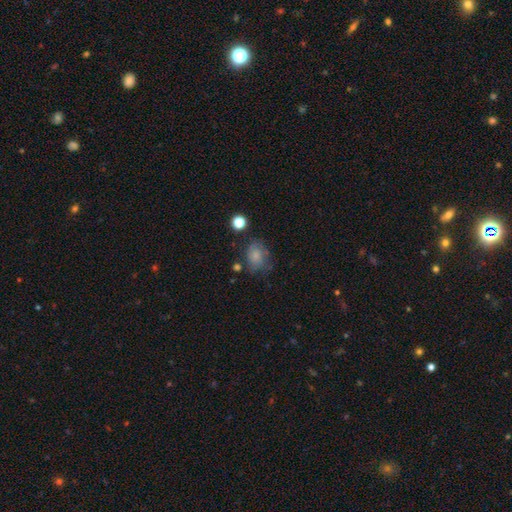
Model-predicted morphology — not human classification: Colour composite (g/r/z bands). It shows a smooth galaxy with no disk features (76%) that is in between round and cigar-shaped (59%). Merging: none (60%).